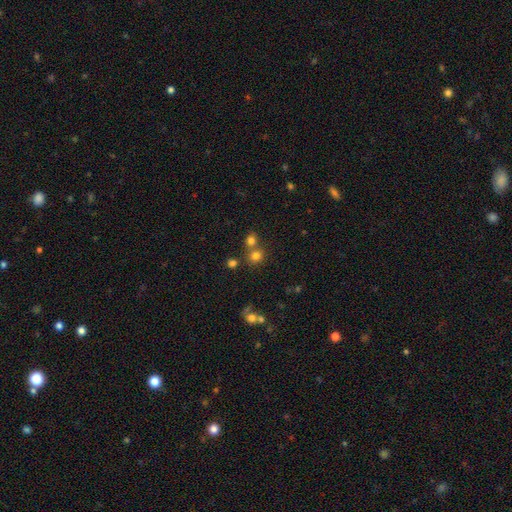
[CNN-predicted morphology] This is likely a smooth galaxy (74%). How rounded: clearly round (82%). Merging: likely none (61%).